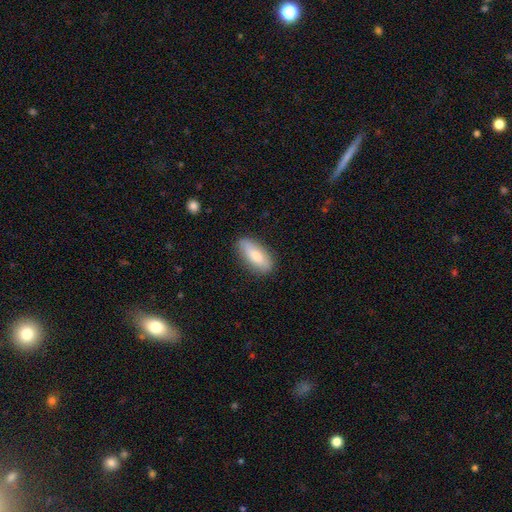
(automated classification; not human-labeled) smooth-or-featured: smooth: 74% | featured or disk: 19% | star or artifact: 6%
  how-rounded: in between: 74% | cigar-shaped: 23% | round: 3%
  merging: none: 85% | minor disturbance: 12% | major disturbance: 3% | merger: 1%